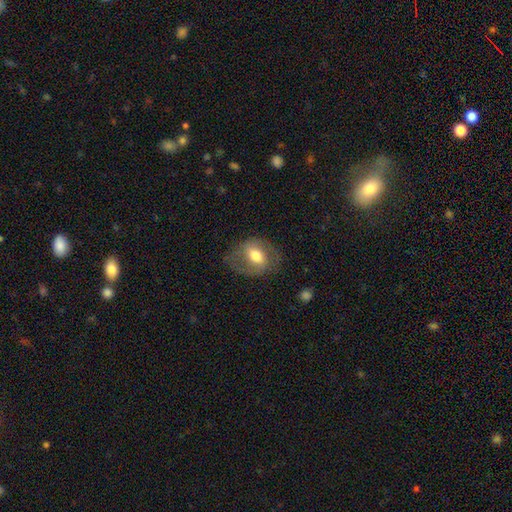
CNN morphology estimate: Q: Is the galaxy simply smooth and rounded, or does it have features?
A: featured or disk — 53%.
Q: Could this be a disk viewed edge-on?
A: no — 95%.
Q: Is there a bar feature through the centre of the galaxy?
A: weak — 43%.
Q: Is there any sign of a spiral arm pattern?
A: yes — 68%.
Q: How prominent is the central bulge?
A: moderate — 63%.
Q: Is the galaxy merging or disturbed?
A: none — 65%.